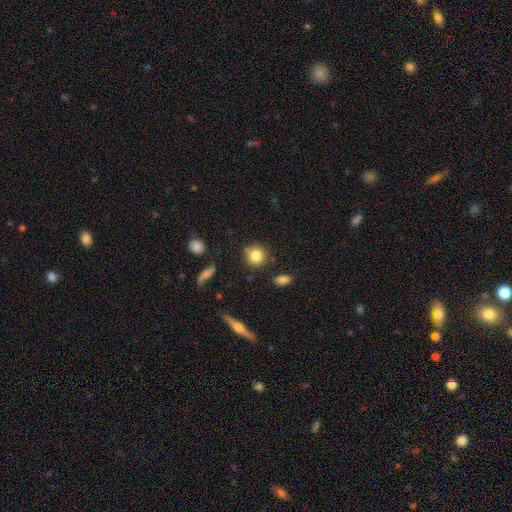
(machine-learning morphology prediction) smooth 82%, star or artifact 10%, featured or disk 8%. Down the decision tree: how rounded — round (88%); merging — none (80%).